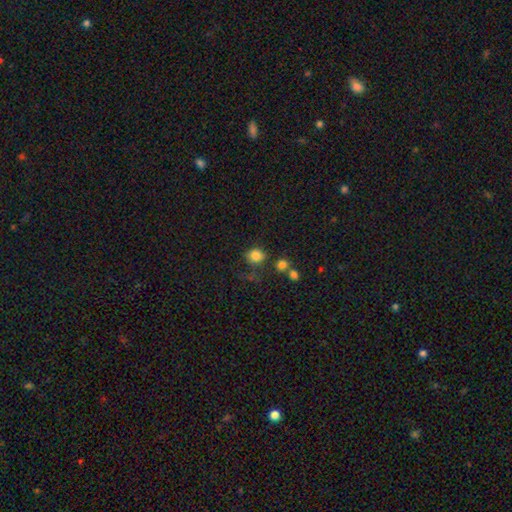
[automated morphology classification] This appears to be a smooth galaxy with no disk features (83%) that is round (75%). Merging: none (66%).